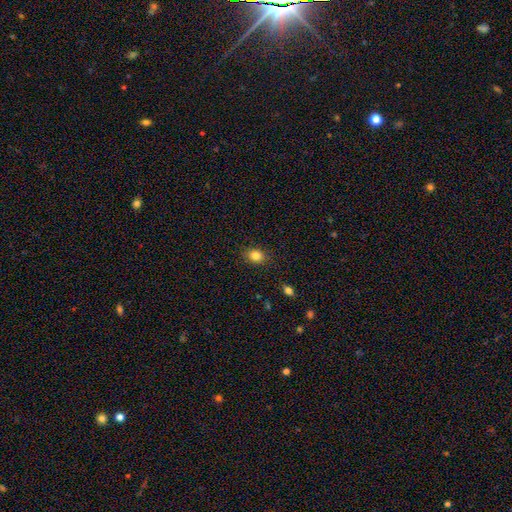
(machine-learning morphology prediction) A smooth galaxy with no disk features (83%) that is in between round and cigar-shaped (58%).

Vote fractions:
- Smooth or featured? smooth: 83% / star or artifact: 11% / featured or disk: 6%
- How rounded? in between: 58% / round: 41% / cigar-shaped: 1%
- Merging? none: 87% / minor disturbance: 10% / major disturbance: 3% / merger: 1%